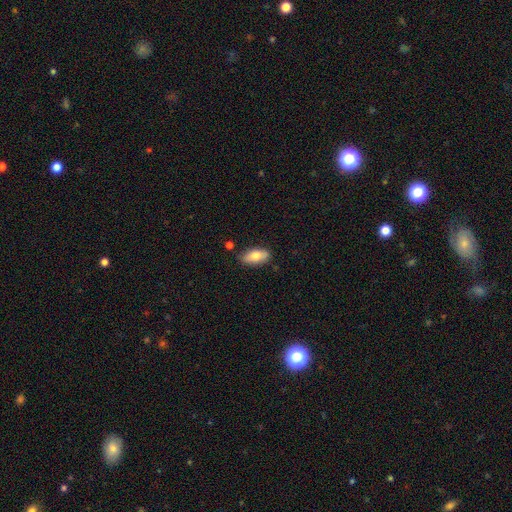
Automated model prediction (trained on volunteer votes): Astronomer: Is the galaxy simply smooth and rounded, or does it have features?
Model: smooth — 73%.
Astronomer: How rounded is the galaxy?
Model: in between — 88%.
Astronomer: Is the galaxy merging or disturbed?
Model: none — 82%.